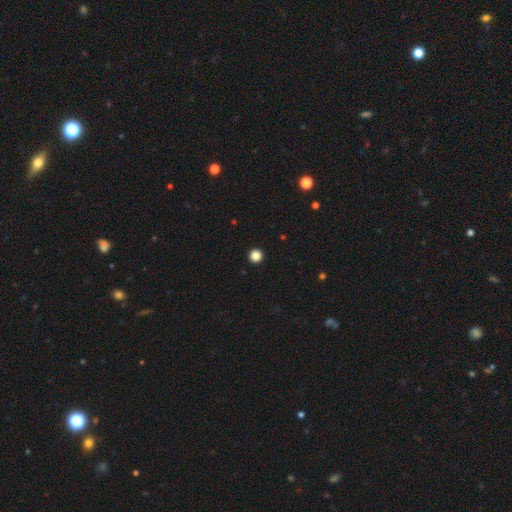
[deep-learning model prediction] Smooth or featured? smooth (86%)
How rounded? round (96%)
Merging? none (94%)